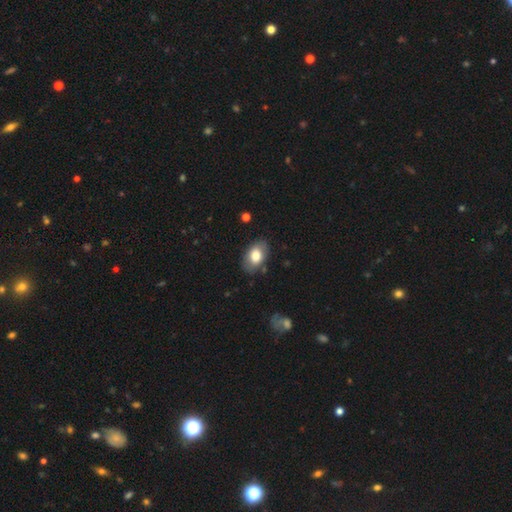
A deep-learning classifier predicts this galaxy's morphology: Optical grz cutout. It shows a smooth galaxy with no disk features (76%) that is in between round and cigar-shaped (89%). Merging: none (81%).